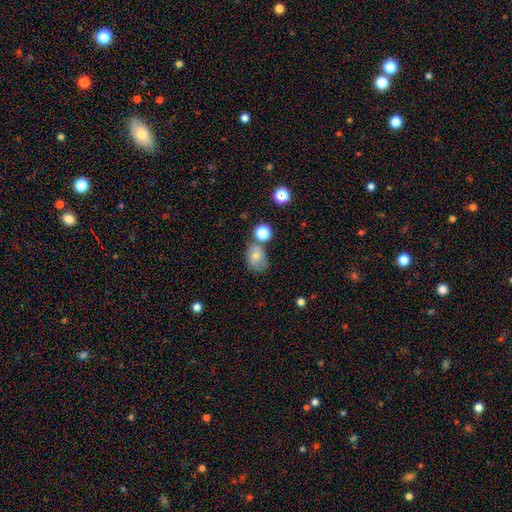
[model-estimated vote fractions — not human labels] Q: Smooth or featured?
A: smooth (67%); runner-up: featured or disk (20%)
Q: How rounded?
A: in between (61%); runner-up: round (38%)
Q: Merging?
A: none (52%); runner-up: minor disturbance (21%)